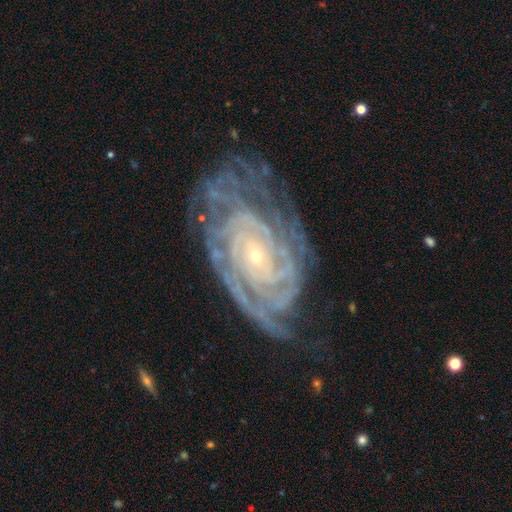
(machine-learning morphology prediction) Smooth or featured: featured or disk — 91% (star or artifact — 5%)
Edge-on disk: no — 96% (yes — 4%)
Bar: no — 70% (weak — 20%)
Spiral arms: yes — 98% (no — 2%)
Spiral winding: tight — 83% (medium — 14%)
Spiral arm count: can't tell — 24% (4 — 19%)
Bulge size: small — 85% (moderate — 11%)
Merging: none — 64% (minor disturbance — 22%)